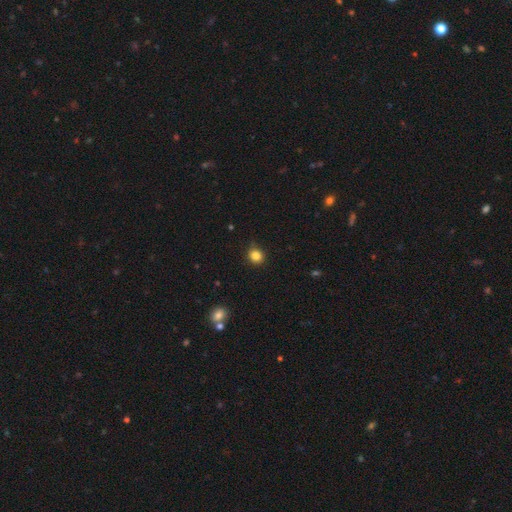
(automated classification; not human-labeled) Overall: smooth (84%). How rounded: round (84%). Merging: none (87%).